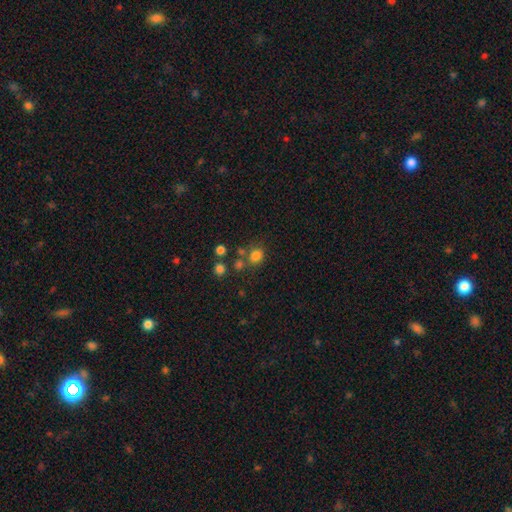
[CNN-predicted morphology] smooth-or-featured: smooth: 78% | star or artifact: 16% | featured or disk: 7%
  how-rounded: round: 81% | in between: 18% | cigar-shaped: 1%
  merging: none: 68% | merger: 16% | minor disturbance: 11% | major disturbance: 5%